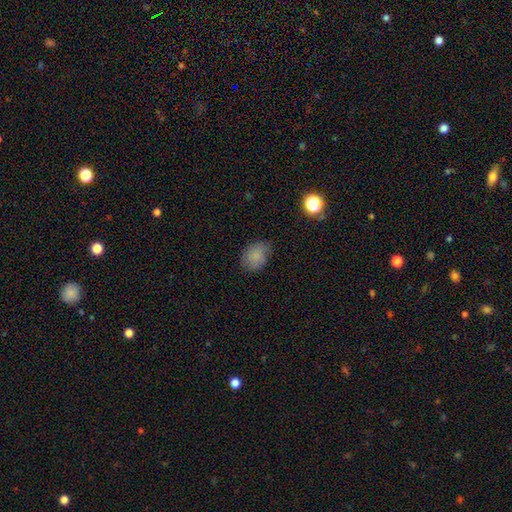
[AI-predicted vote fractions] Morphology: type=smooth (82%); roundness=in between (67%); merging=none (70%).